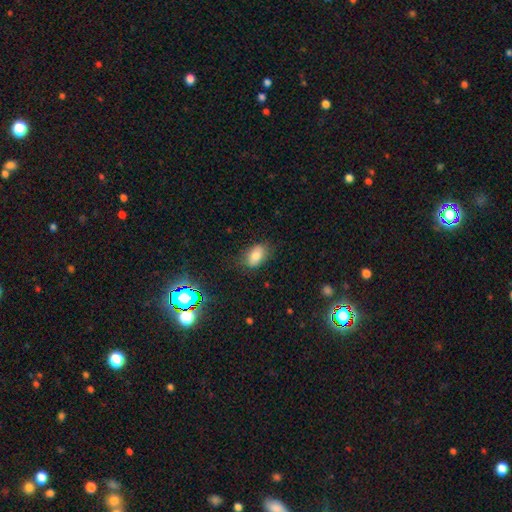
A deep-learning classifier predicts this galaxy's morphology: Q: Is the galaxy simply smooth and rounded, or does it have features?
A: smooth — 80%.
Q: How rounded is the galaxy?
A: in between — 88%.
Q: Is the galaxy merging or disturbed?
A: none — 77%.